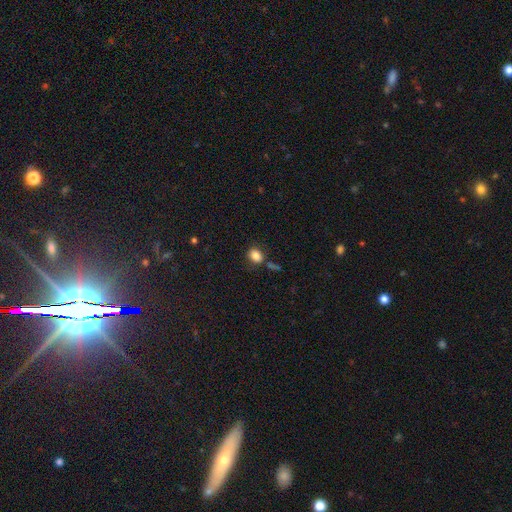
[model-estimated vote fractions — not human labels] A smooth galaxy with no disk features (83%) that is in between round and cigar-shaped (60%). Merging: none (67%).